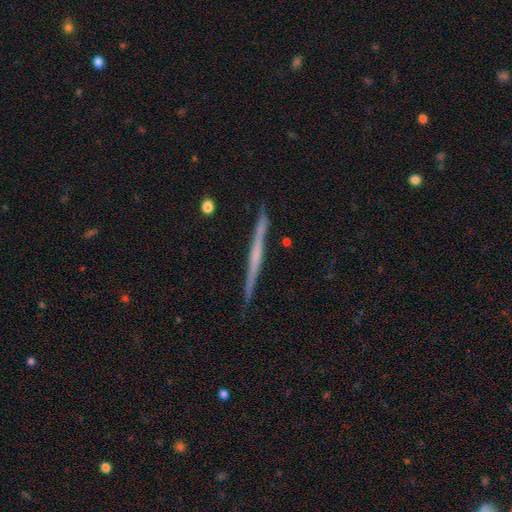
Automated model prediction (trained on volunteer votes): Smooth or featured? Predicted: featured or disk (p=0.65). Edge-on disk? Predicted: yes (p=0.98). Edge-on bulge? Predicted: none (p=0.77). Merging? Predicted: none (p=0.89).